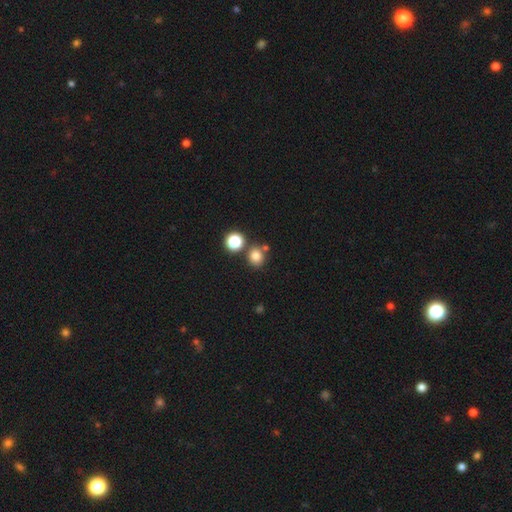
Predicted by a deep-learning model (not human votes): Smooth or featured: smooth — 78% (star or artifact — 16%)
How rounded: round — 80% (in between — 19%)
Merging: none — 72% (merger — 16%)